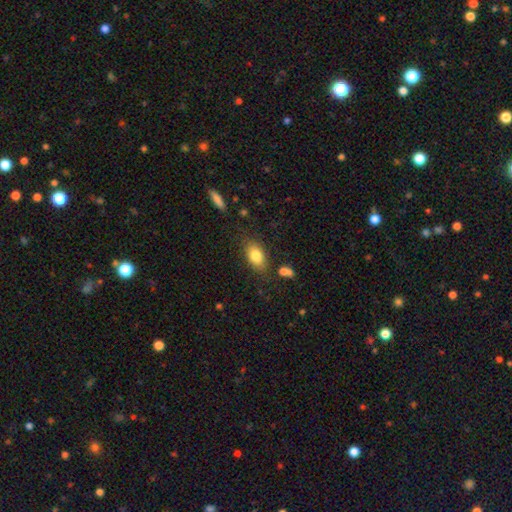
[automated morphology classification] Overall: smooth (82%). How rounded: in between (87%). Merging: none (79%).